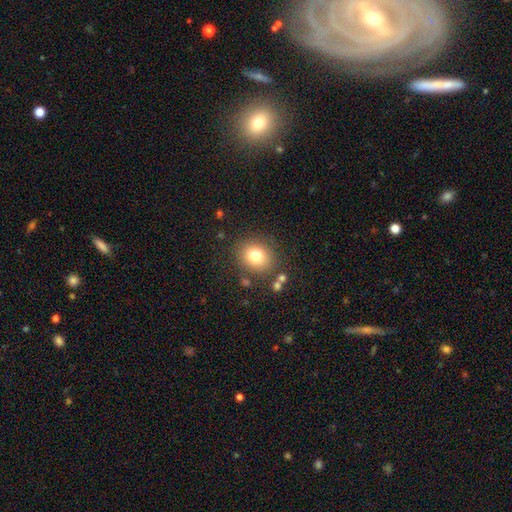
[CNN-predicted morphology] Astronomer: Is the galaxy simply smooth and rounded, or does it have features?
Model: smooth — 78%.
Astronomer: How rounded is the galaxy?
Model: round — 72%.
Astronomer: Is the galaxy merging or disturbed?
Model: none — 81%.